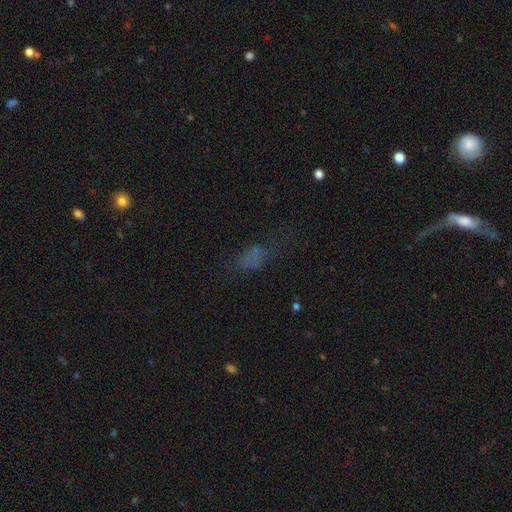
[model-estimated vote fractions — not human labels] A smooth galaxy with no disk features (48%). Merging: none (46%).